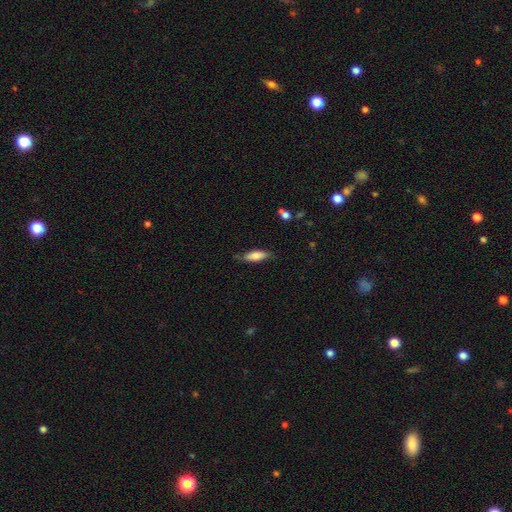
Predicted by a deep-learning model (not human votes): Smooth or featured? Predicted: smooth (p=0.75). How rounded? Predicted: in between (p=0.62). Merging? Predicted: none (p=0.73).